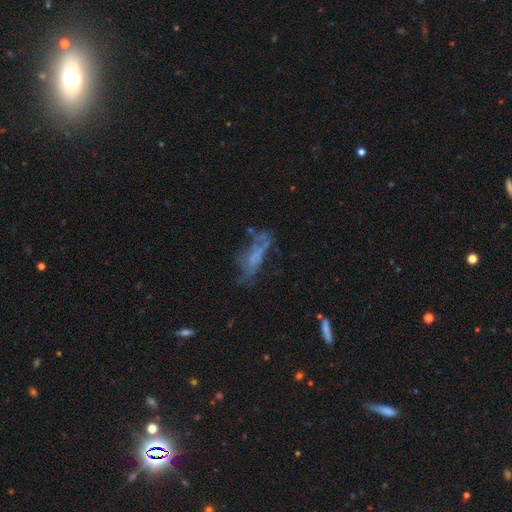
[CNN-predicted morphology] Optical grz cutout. It shows a featured or disk galaxy (51%). Merging: none (39%).